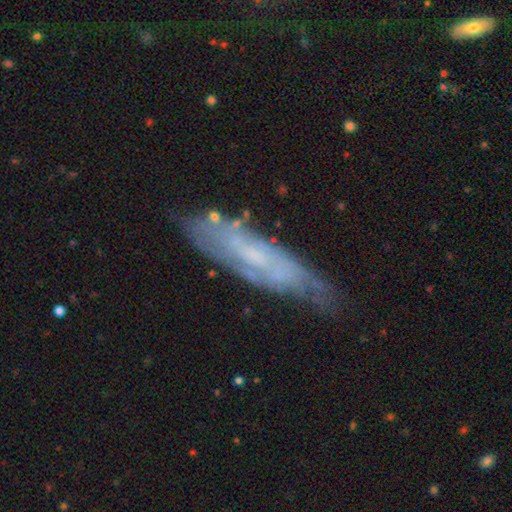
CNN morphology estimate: smooth_or_featured: featured or disk (p=0.65) [alt: smooth p=0.26]
disk_edge_on: no (p=0.66) [alt: yes p=0.34]
merging: none (p=0.67) [alt: minor disturbance p=0.23]